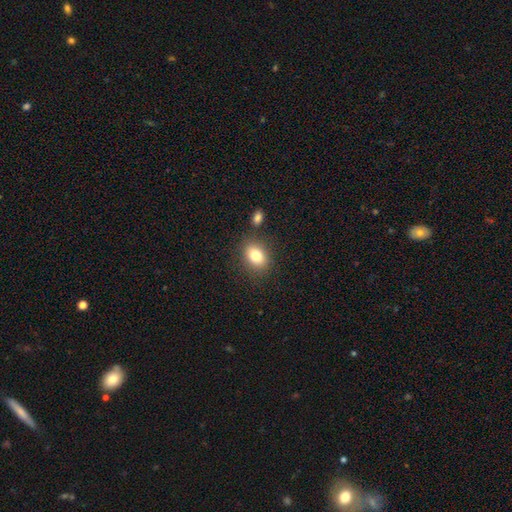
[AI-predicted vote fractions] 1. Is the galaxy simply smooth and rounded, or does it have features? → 81% smooth, 9% featured or disk, 9% star or artifact.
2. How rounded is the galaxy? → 69% in between, 30% round, 1% cigar-shaped.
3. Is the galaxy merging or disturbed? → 80% none, 10% minor disturbance, 6% merger, 3% major disturbance.